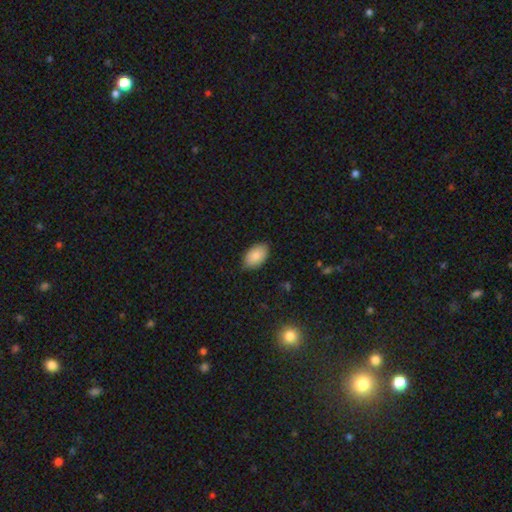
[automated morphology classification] Smooth or featured? Predicted: smooth (p=0.86). How rounded? Predicted: in between (p=0.93). Merging? Predicted: none (p=0.81).